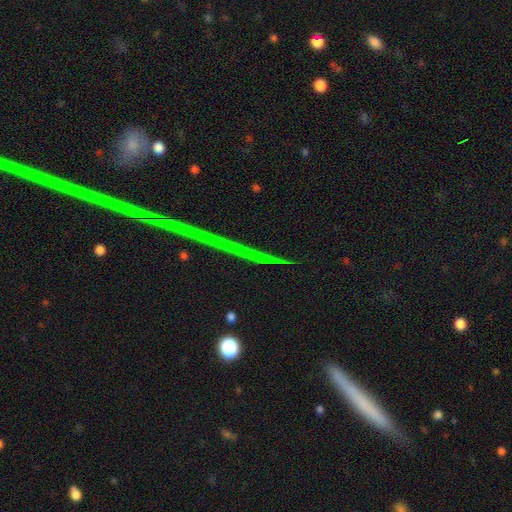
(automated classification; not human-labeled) The model was most divided on "smooth or featured": star or artifact: 68%, featured or disk: 20%, smooth: 13%.